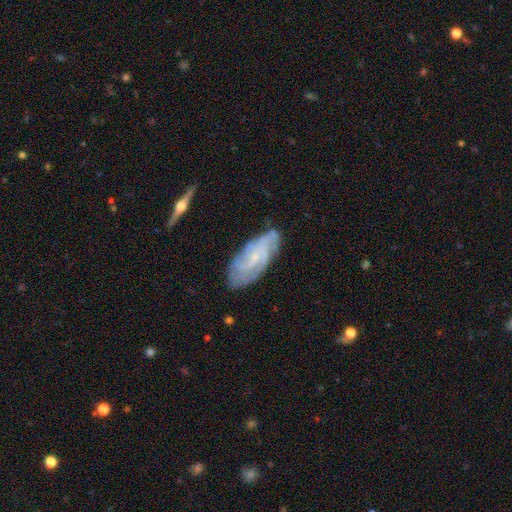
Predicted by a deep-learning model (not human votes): The model was most divided on "spiral arm count" (2-way tie): 3: 26%, can't tell: 26%, 2: 22%, 4: 16%, more than 4: 5%, 1: 5%. More confident: spiral arms — yes (95%); edge-on disk — no (93%); smooth or featured — featured or disk (79%); bulge size — small (76%); merging — none (74%); bar — no (54%); spiral winding — tight (51%).